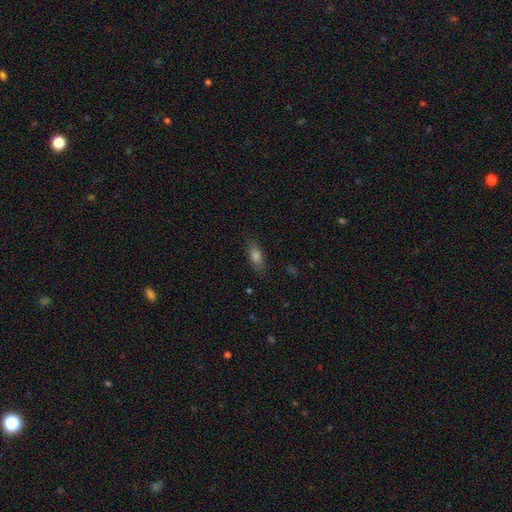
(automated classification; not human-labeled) Q: Smooth or featured?
A: smooth (72%); runner-up: featured or disk (16%)
Q: How rounded?
A: in between (73%); runner-up: cigar-shaped (21%)
Q: Merging?
A: none (82%); runner-up: minor disturbance (13%)